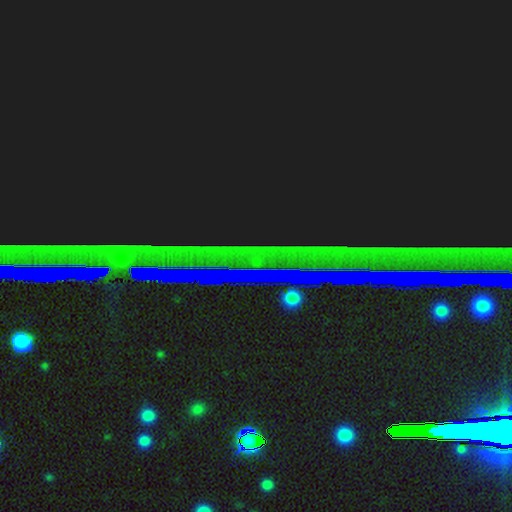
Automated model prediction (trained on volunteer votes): Smooth or featured?
  - star or artifact: 77% *
  - featured or disk: 15%
  - smooth: 9%